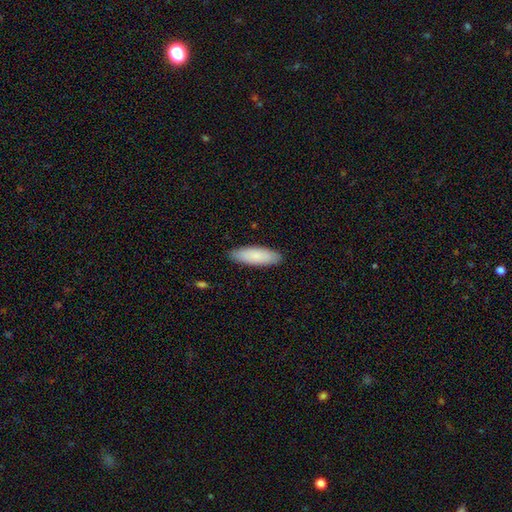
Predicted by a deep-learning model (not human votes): Overall: smooth (85%). How rounded: in between (55%; cigar-shaped 43%). Merging: none (89%).